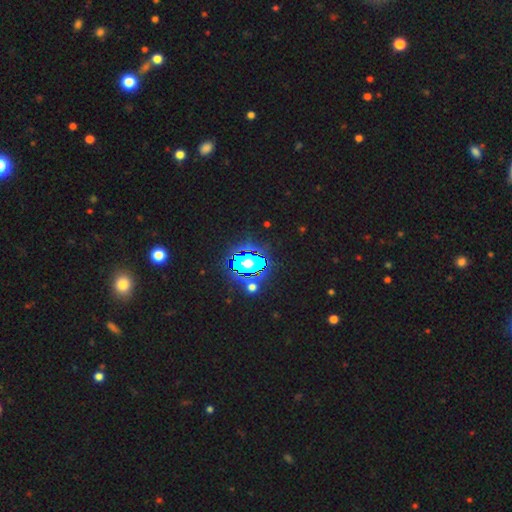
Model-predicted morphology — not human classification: This appears to be a star or artifact, not a galaxy (83%).